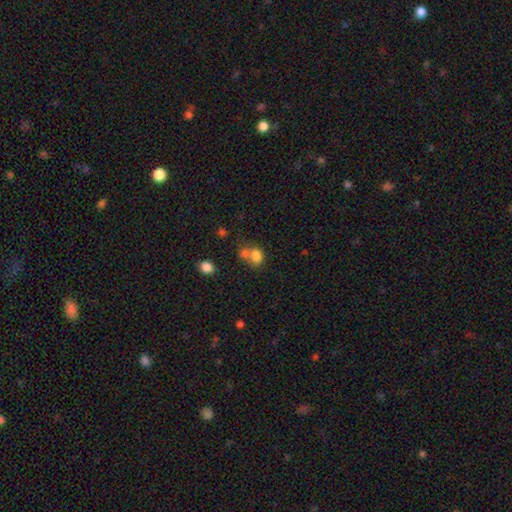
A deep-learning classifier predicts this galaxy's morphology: This is likely a smooth galaxy (77%). How rounded: possibly round (58%). Merging: possibly merger (51%).